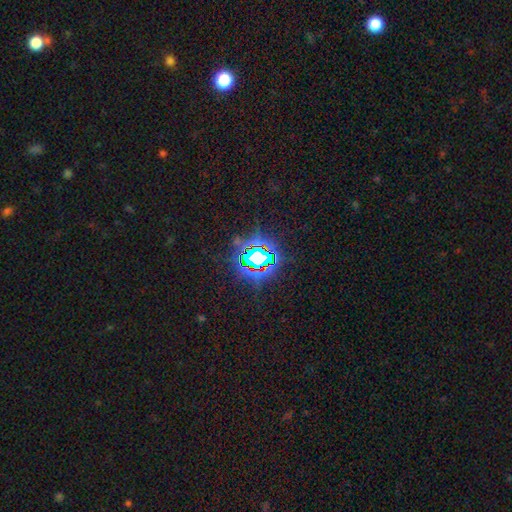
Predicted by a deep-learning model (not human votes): smooth-or-featured: star or artifact: 79% | smooth: 12% | featured or disk: 9%